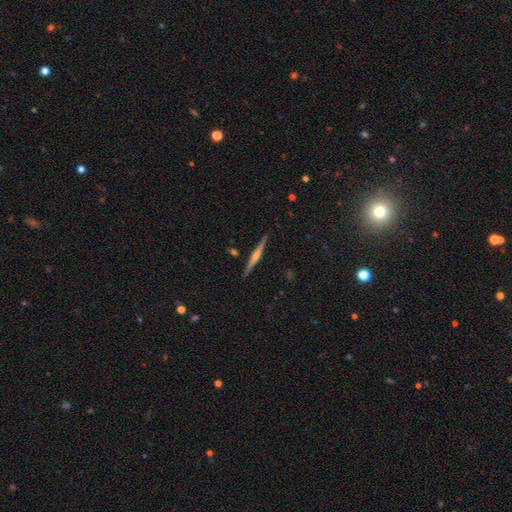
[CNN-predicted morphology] Smooth or featured? Predicted: featured or disk (p=0.76). Edge-on disk? Predicted: yes (p=0.98). Edge-on bulge? Predicted: rounded (p=0.77). Merging? Predicted: none (p=0.92).